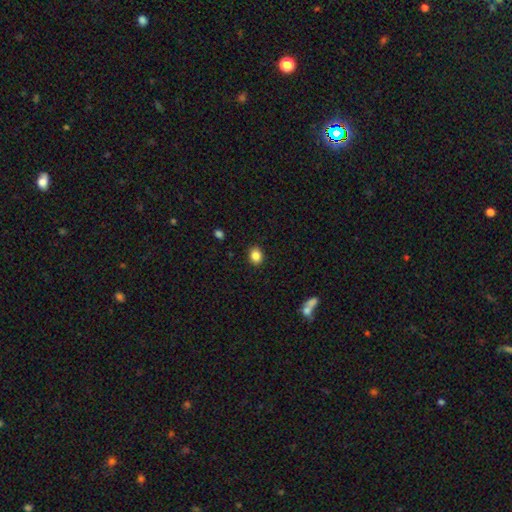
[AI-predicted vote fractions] smooth-or-featured: smooth: 86% | star or artifact: 10% | featured or disk: 4%
  how-rounded: round: 54% | in between: 45% | cigar-shaped: 1%
  merging: none: 90% | minor disturbance: 7% | major disturbance: 2% | merger: 1%